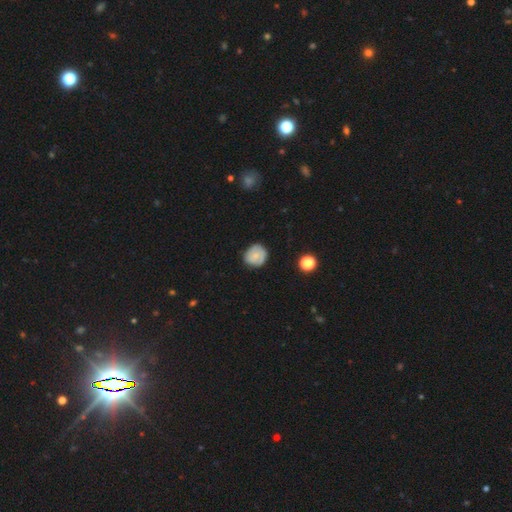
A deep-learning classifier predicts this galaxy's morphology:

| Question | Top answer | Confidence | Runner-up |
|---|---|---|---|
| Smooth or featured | smooth | 63% | featured or disk (29%) |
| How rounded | round | 80% | in between (19%) |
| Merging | none | 76% | minor disturbance (19%) |